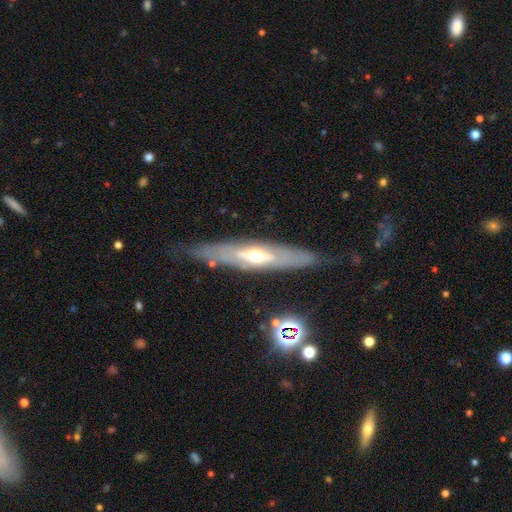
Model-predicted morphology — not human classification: Smooth or featured? featured or disk (70%)
Edge-on disk? yes (52%)
Merging? none (77%)